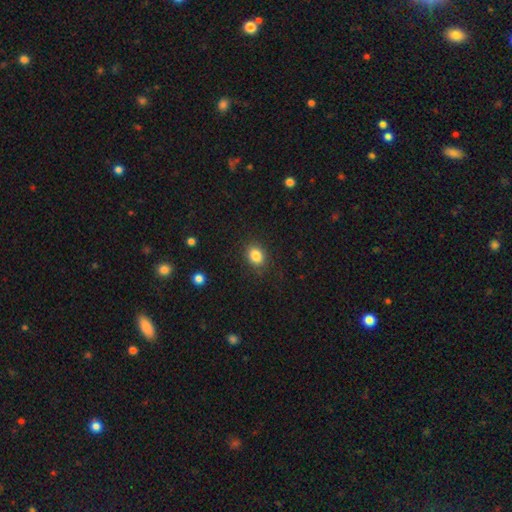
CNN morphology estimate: Smooth or featured?
  - smooth: 85% *
  - star or artifact: 10%
  - featured or disk: 5%
How rounded?
  - in between: 56% *
  - round: 43%
  - cigar-shaped: 1%
Merging?
  - none: 87% *
  - minor disturbance: 9%
  - major disturbance: 3%
  - merger: 1%